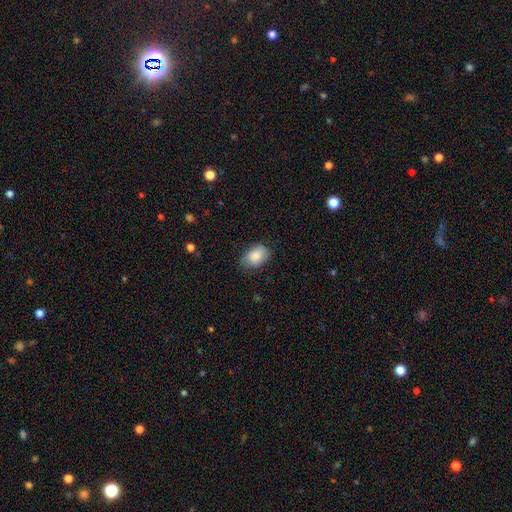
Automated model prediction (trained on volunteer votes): Smooth or featured? Predicted: smooth (p=0.83). How rounded? Predicted: in between (p=0.78). Merging? Predicted: none (p=0.65).